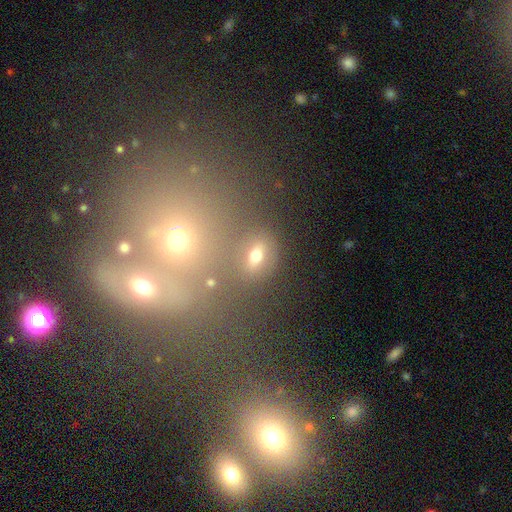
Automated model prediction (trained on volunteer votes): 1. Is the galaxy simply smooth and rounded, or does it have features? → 56% smooth, 24% star or artifact, 20% featured or disk.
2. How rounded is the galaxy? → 60% in between, 29% round, 11% cigar-shaped.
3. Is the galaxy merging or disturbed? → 75% none, 12% minor disturbance, 7% merger, 6% major disturbance.